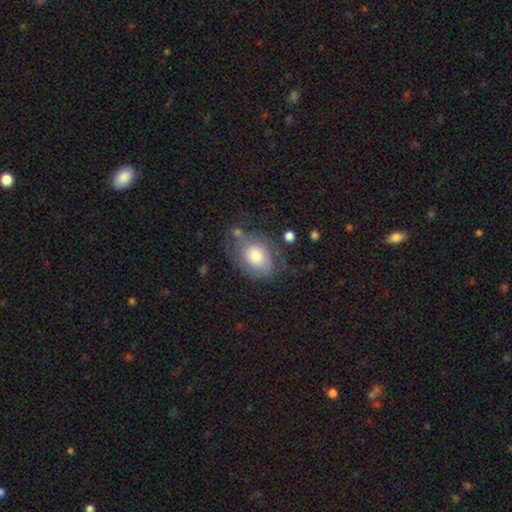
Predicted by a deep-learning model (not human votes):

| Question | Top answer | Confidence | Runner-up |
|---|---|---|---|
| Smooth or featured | featured or disk | 50% | smooth (42%) |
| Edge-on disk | no | 96% | yes (4%) |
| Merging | none | 54% | minor disturbance (26%) |